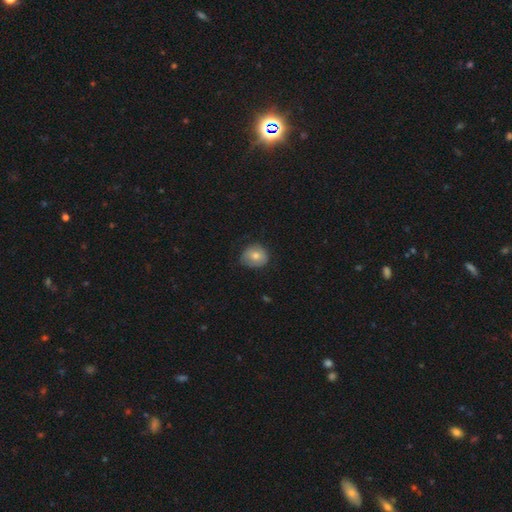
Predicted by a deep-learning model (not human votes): A smooth galaxy with no disk features (70%) that is round (75%).

Vote fractions:
- Smooth or featured? smooth: 70% / featured or disk: 22% / star or artifact: 8%
- How rounded? round: 75% / in between: 24% / cigar-shaped: 1%
- Merging? none: 65% / minor disturbance: 28% / major disturbance: 6% / merger: 1%